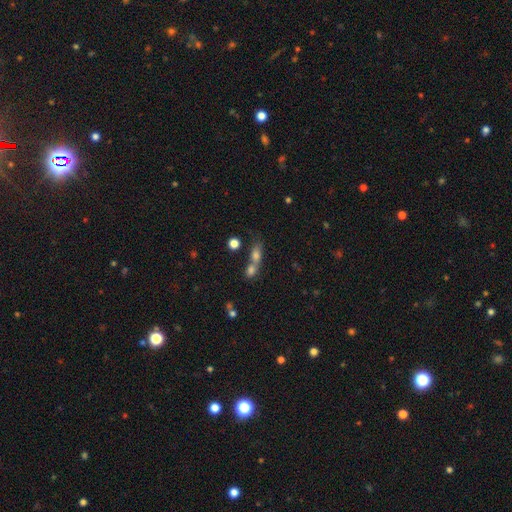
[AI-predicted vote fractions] smooth-or-featured: smooth: 62% | star or artifact: 19% | featured or disk: 19%
  how-rounded: in between: 57% | round: 25% | cigar-shaped: 18%
  merging: merger: 56% | none: 30% | minor disturbance: 8% | major disturbance: 6%